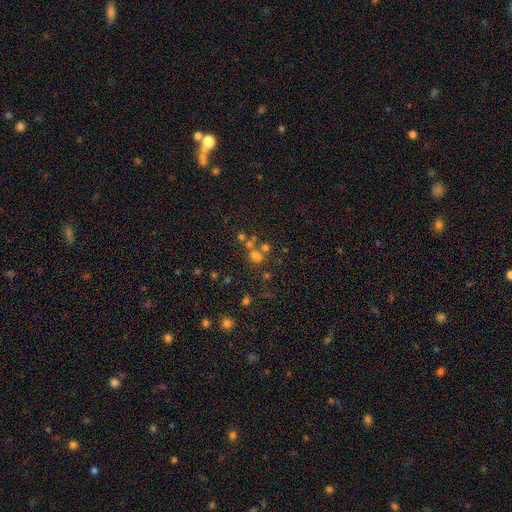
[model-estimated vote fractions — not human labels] Smooth or featured?
  - smooth: 50% *
  - star or artifact: 32%
  - featured or disk: 17%
How rounded?
  - round: 77% *
  - in between: 21%
  - cigar-shaped: 1%
Merging?
  - none: 47% *
  - merger: 38%
  - minor disturbance: 9%
  - major disturbance: 7%